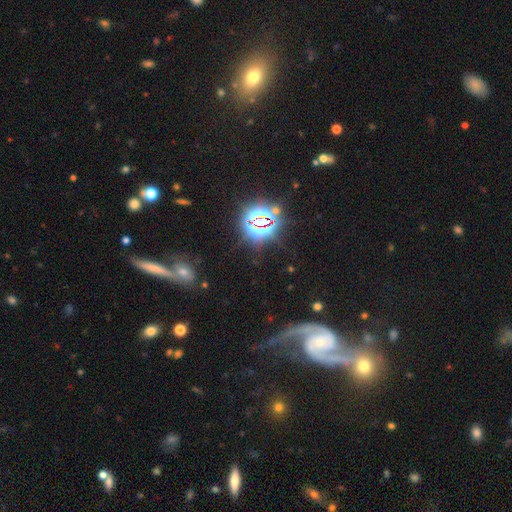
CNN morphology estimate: A featured or disk galaxy (54%).

Vote fractions:
- Smooth or featured? featured or disk: 54% / star or artifact: 28% / smooth: 18%
- Edge-on disk? no: 86% / yes: 14%
- Merging? none: 60% / minor disturbance: 15% / merger: 13% / major disturbance: 12%